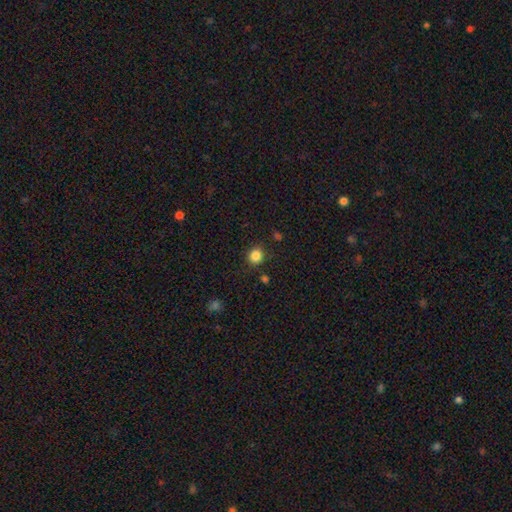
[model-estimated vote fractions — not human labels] Morphology: type=smooth (84%); roundness=round (82%); merging=none (88%).